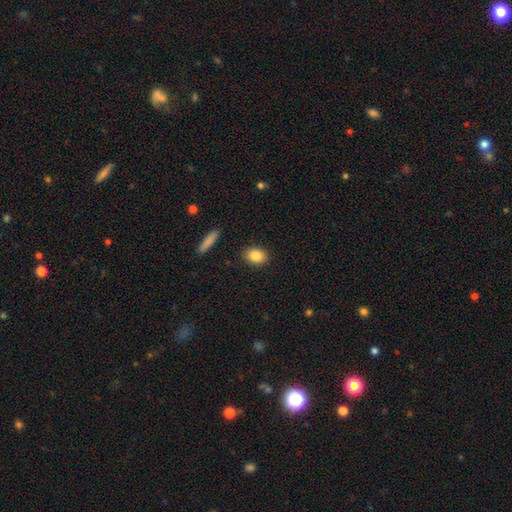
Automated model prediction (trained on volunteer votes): smooth_or_featured: smooth (p=0.85) [alt: star or artifact p=0.08]
how_rounded: in between (p=0.70) [alt: round p=0.28]
merging: none (p=0.88) [alt: minor disturbance p=0.08]